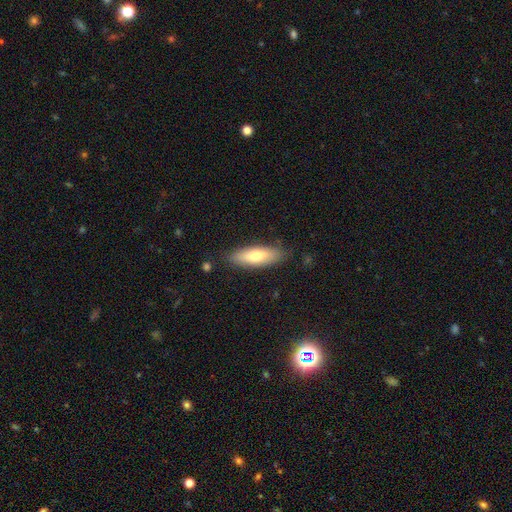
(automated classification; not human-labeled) smooth 71%, featured or disk 23%, star or artifact 6%. Down the decision tree: how rounded — in between (55%); merging — none (83%).